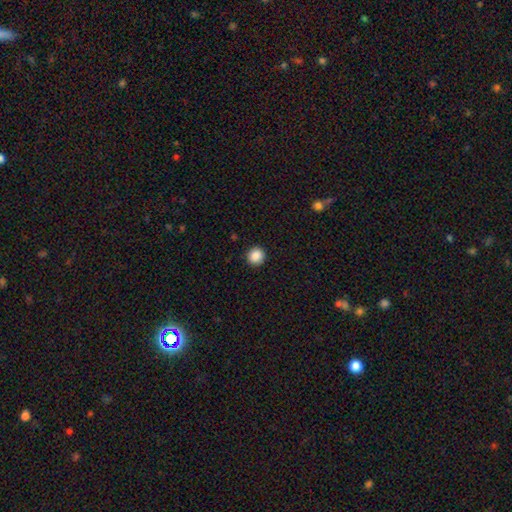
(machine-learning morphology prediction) A smooth galaxy with no disk features (88%) that is round (93%). Merging: none (92%).